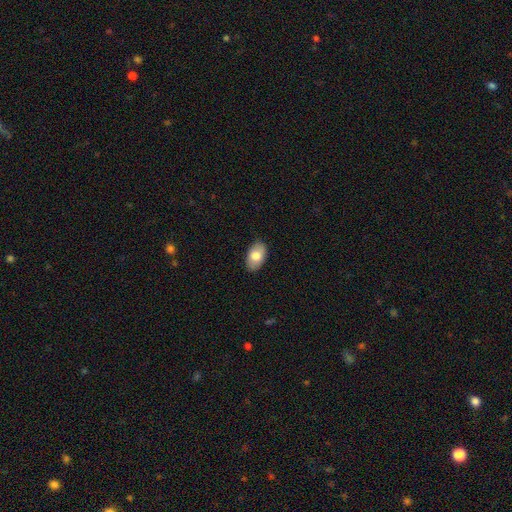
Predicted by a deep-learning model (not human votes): Morphology: type=smooth (79%); roundness=in between (92%); merging=none (88%).